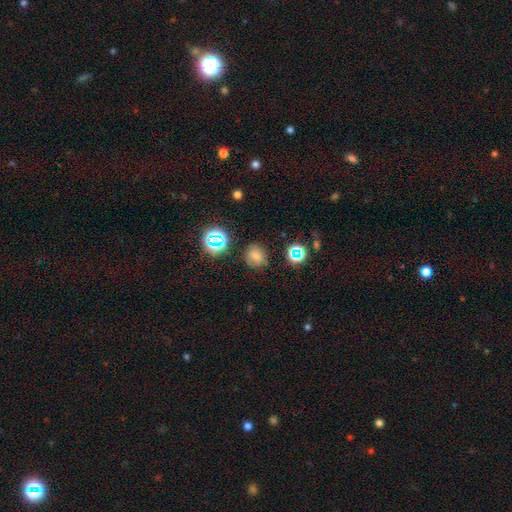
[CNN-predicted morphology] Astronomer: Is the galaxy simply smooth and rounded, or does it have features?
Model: smooth — 47% (runner-up: star or artifact, 40%).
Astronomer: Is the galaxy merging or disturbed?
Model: none — 82%.